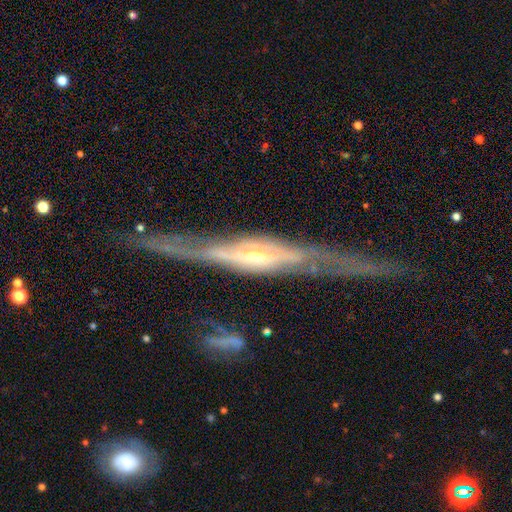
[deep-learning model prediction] Smooth or featured? Predicted: featured or disk (p=0.85). Edge-on disk? Predicted: yes (p=0.87). Edge-on bulge? Predicted: rounded (p=0.73). Merging? Predicted: none (p=0.70).